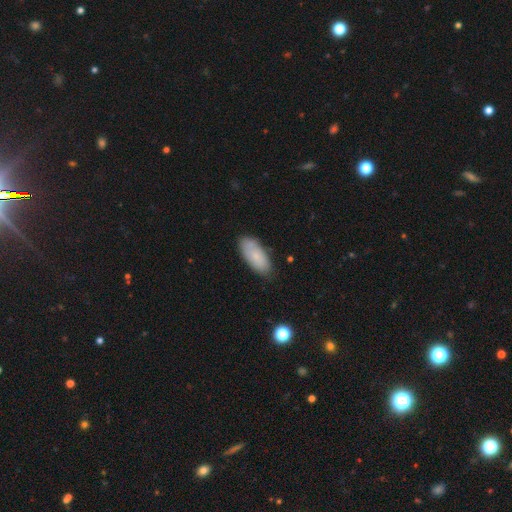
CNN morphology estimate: Smooth or featured?
  - smooth: 75% *
  - featured or disk: 18%
  - star or artifact: 7%
How rounded?
  - in between: 88% *
  - cigar-shaped: 10%
  - round: 2%
Merging?
  - none: 75% *
  - minor disturbance: 19%
  - major disturbance: 4%
  - merger: 3%